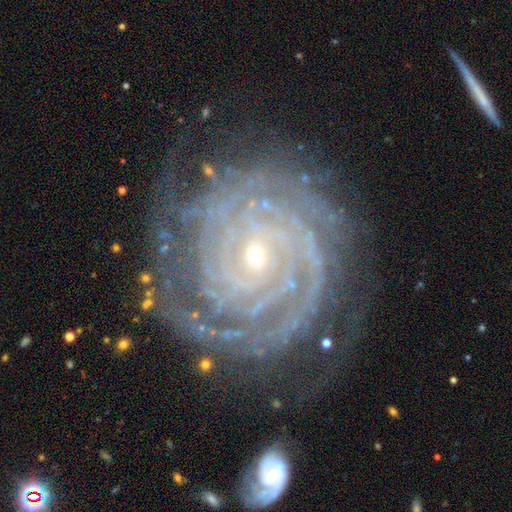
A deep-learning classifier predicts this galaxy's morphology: A featured or disk galaxy (91%) with no bar (58%), 4 (22%) tight (90%) spiral arms (99%) and a small central bulge (75%).

Vote fractions:
- Smooth or featured? featured or disk: 91% / star or artifact: 5% / smooth: 3%
- Edge-on disk? no: 98% / yes: 2%
- Bar? no: 58% / weak: 25% / strong: 16%
- Spiral arms? yes: 99% / no: 1%
- Spiral winding? tight: 90% / medium: 9% / loose: 1%
- Spiral arm count? 4: 22% / more than 4: 19% / 2: 18% / 3: 17% / can't tell: 16% / 1: 8%
- Bulge size? small: 75% / moderate: 22% / none: 1% / large: 1% / dominant: 1%
- Merging? none: 77% / minor disturbance: 16% / major disturbance: 6% / merger: 2%